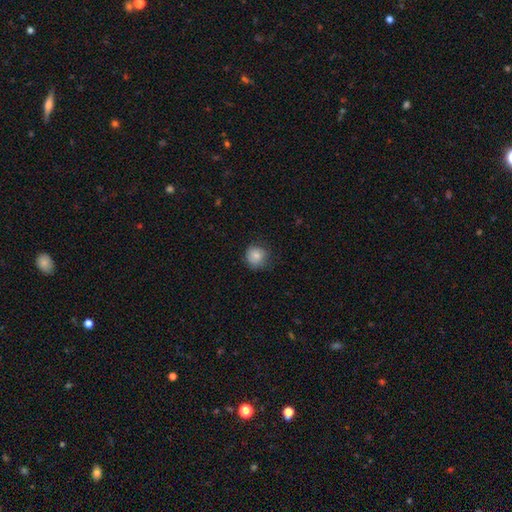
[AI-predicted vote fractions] A smooth galaxy with no disk features (84%) that is round (87%).

Vote fractions:
- Smooth or featured? smooth: 84% / star or artifact: 9% / featured or disk: 7%
- How rounded? round: 87% / in between: 12% / cigar-shaped: 1%
- Merging? none: 74% / minor disturbance: 20% / major disturbance: 5% / merger: 1%